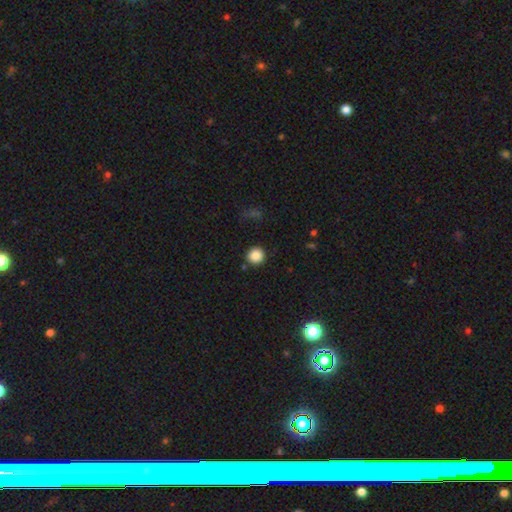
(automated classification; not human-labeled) A smooth galaxy with no disk features (87%) that is round (94%). Merging: none (89%).